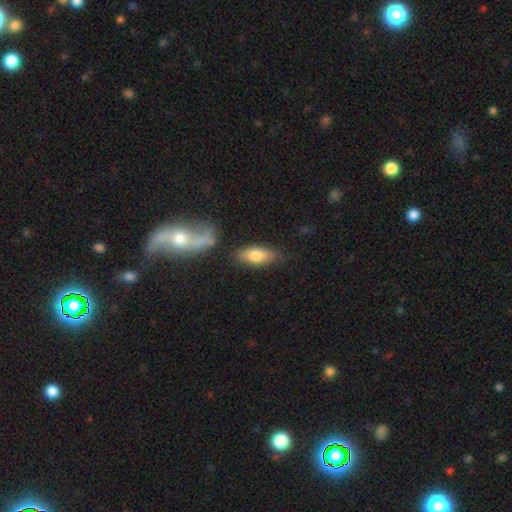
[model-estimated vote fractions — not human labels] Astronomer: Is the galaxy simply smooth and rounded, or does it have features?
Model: smooth — 75%.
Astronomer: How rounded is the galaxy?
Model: in between — 78%.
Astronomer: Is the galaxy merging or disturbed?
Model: none — 74%.